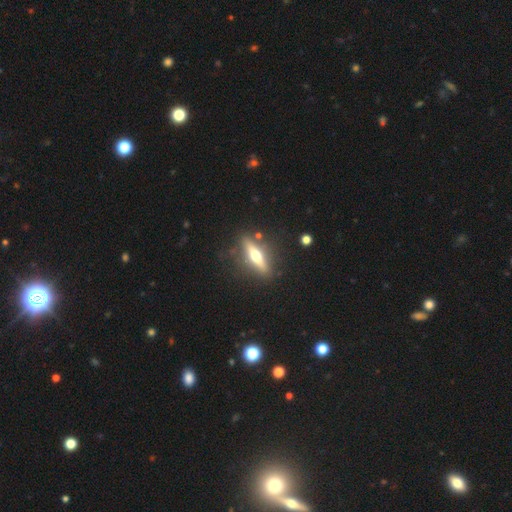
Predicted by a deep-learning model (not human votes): Smooth or featured? featured or disk (64%)
Edge-on disk? yes (92%)
Edge-on bulge? rounded (94%)
Merging? none (84%)